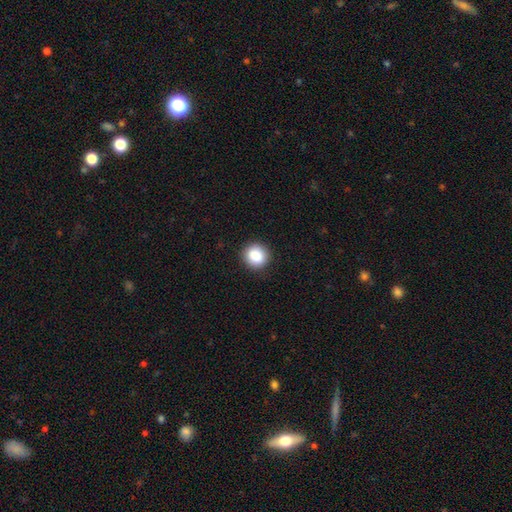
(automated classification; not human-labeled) smooth 87%, star or artifact 9%, featured or disk 4%. Down the decision tree: how rounded — round (89%); merging — none (90%).